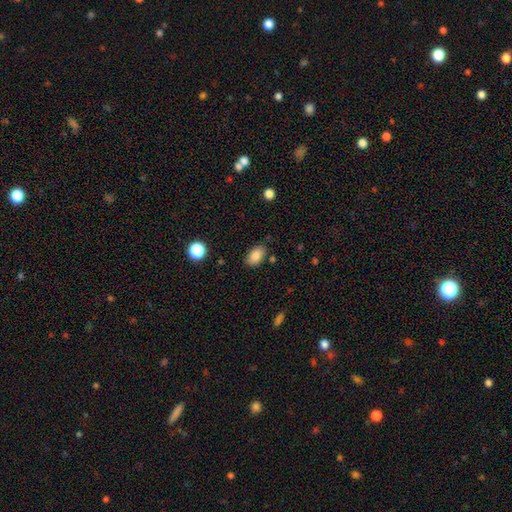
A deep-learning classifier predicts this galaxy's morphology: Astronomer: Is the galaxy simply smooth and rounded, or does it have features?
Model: smooth — 86%.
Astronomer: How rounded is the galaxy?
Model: in between — 90%.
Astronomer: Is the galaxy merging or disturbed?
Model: none — 81%.